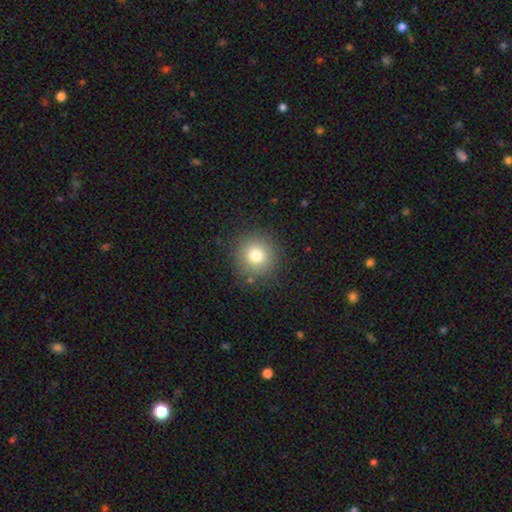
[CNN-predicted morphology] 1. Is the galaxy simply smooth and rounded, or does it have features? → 78% smooth, 13% star or artifact, 10% featured or disk.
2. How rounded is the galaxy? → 92% round, 7% in between, 1% cigar-shaped.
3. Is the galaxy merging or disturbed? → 87% none, 8% minor disturbance, 3% major disturbance, 2% merger.